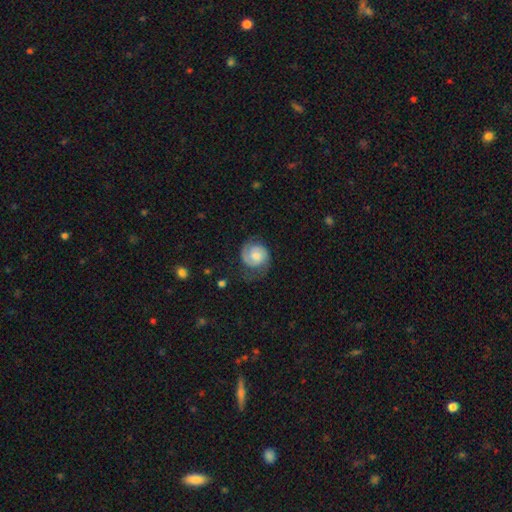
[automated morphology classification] The model was most divided on "bulge size": moderate: 46%, small: 32%, none: 10%, large: 10%, dominant: 2%. More confident: edge-on disk — no (98%); spiral arms — yes (95%); smooth or featured — featured or disk (70%); spiral arm count — 2 (70%); bar — no (63%); merging — none (62%); spiral winding — tight (52%).